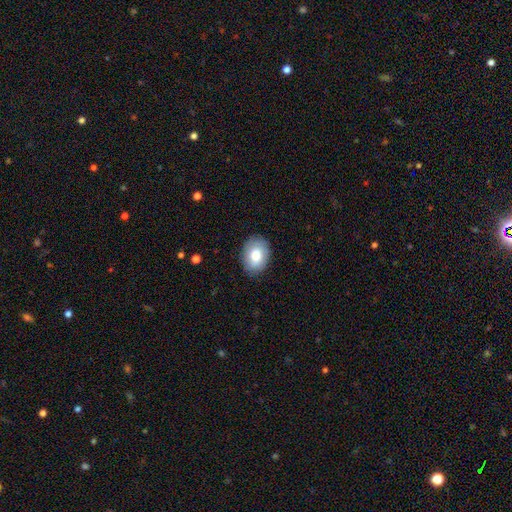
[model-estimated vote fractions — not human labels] smooth 77%, featured or disk 16%, star or artifact 7%. Down the decision tree: how rounded — in between (75%); merging — none (84%).